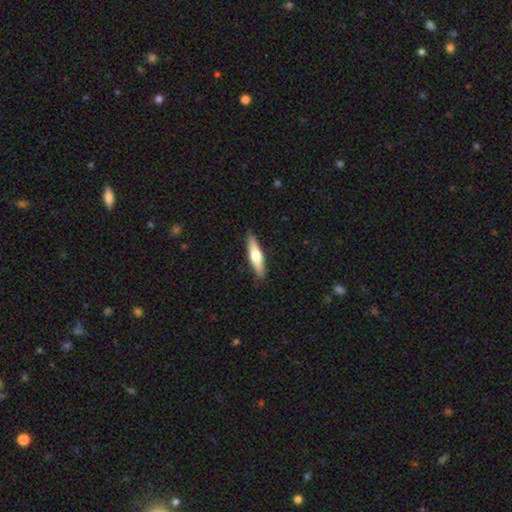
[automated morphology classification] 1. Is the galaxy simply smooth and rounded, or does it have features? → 50% featured or disk, 45% smooth, 5% star or artifact.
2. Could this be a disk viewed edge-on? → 95% yes, 5% no.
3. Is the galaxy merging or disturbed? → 90% none, 7% minor disturbance, 2% major disturbance, 1% merger.